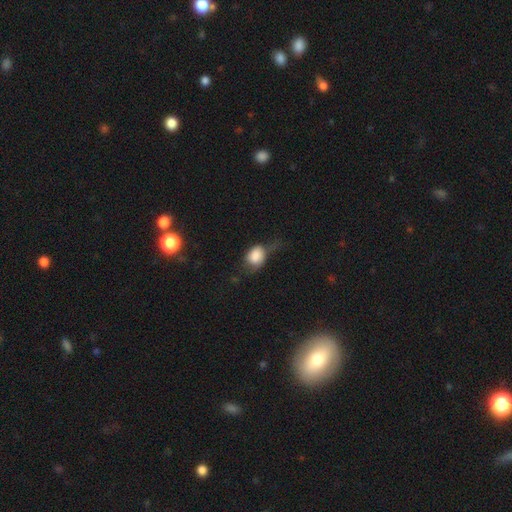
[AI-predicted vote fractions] smooth_or_featured: smooth (p=0.78) [alt: featured or disk p=0.14]
how_rounded: in between (p=0.59) [alt: round p=0.40]
merging: minor disturbance (p=0.35) [alt: major disturbance p=0.34]